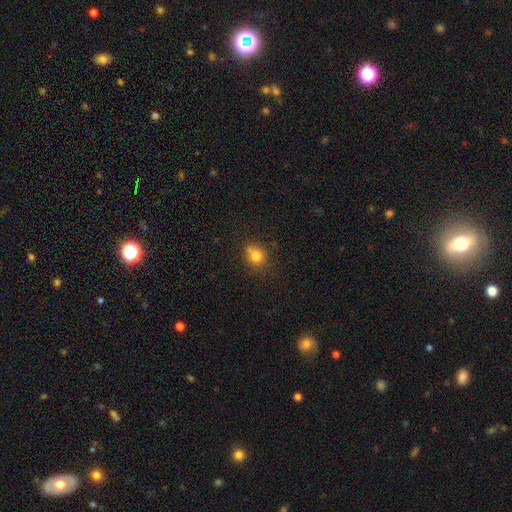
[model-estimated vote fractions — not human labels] Morphology: type=smooth (80%); roundness=round (75%); merging=none (71%).